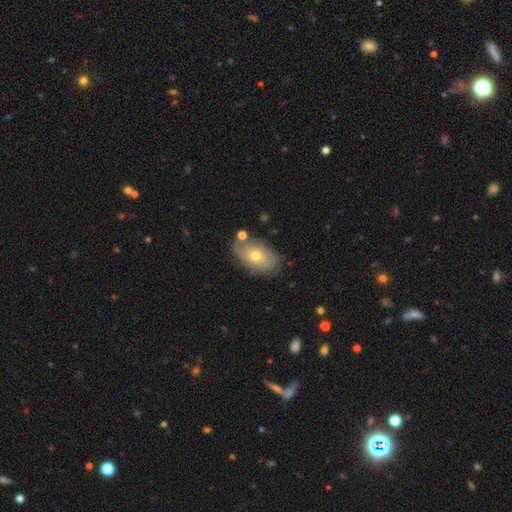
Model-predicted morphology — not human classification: Smooth or featured? Predicted: smooth (p=0.53). How rounded? Predicted: in between (p=0.86). Merging? Predicted: none (p=0.65).